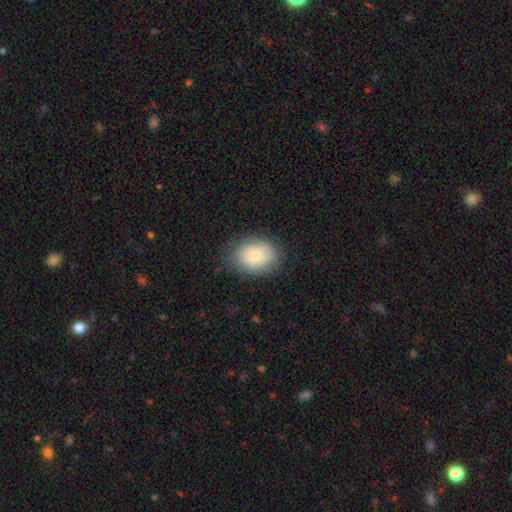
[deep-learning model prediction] smooth 68%, featured or disk 24%, star or artifact 8%. Down the decision tree: how rounded — in between (59%); merging — none (77%).